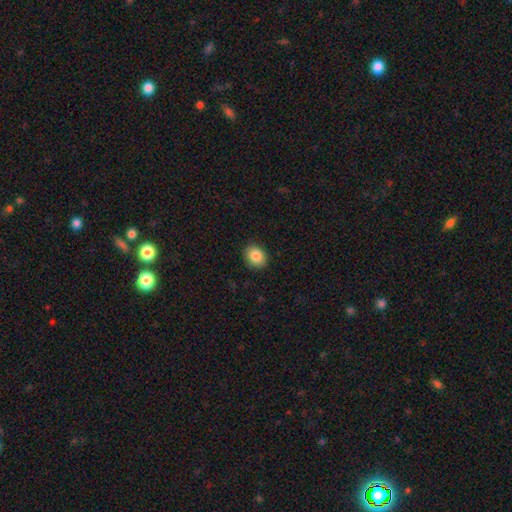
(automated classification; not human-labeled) Smooth or featured?
  - smooth: 86% *
  - star or artifact: 9%
  - featured or disk: 6%
How rounded?
  - round: 50% *
  - in between: 49%
  - cigar-shaped: 1%
Merging?
  - none: 89% *
  - minor disturbance: 8%
  - major disturbance: 2%
  - merger: 1%